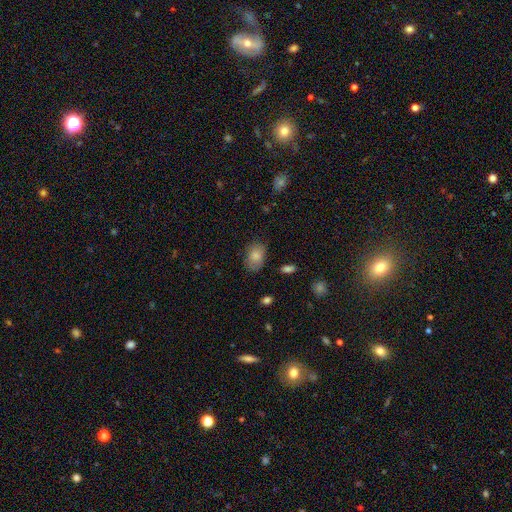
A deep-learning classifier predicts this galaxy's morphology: smooth-or-featured: smooth: 84% | featured or disk: 8% | star or artifact: 8%
  how-rounded: in between: 80% | round: 18% | cigar-shaped: 1%
  merging: none: 76% | minor disturbance: 18% | major disturbance: 4% | merger: 2%